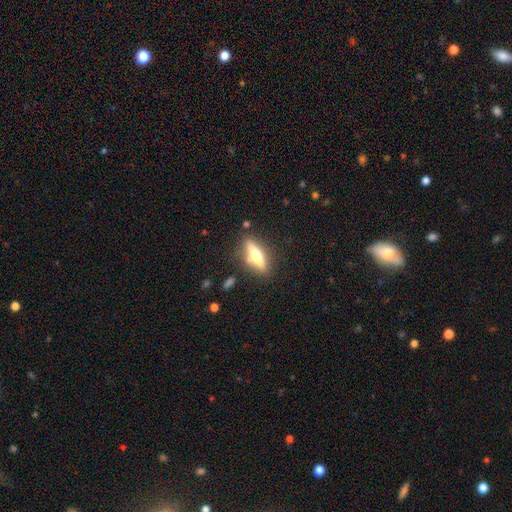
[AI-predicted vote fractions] A featured or disk galaxy (55%) viewed edge-on (90%). Merging: none (81%).